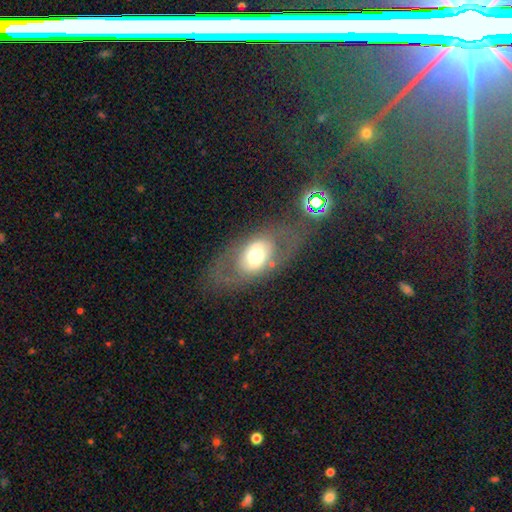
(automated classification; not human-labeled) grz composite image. It shows a featured or disk galaxy (48%). Merging: none (68%).